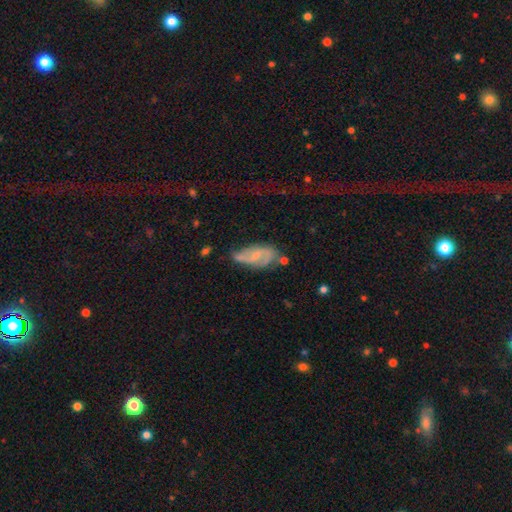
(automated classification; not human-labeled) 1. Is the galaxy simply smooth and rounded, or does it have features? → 66% featured or disk, 25% smooth, 9% star or artifact.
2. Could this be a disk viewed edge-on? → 93% no, 7% yes.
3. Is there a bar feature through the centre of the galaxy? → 43% weak, 42% no, 14% strong.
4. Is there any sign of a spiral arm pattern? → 86% yes, 14% no.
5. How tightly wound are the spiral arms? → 42% medium, 37% loose, 21% tight.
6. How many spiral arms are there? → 75% 2, 14% can't tell, 6% 1, 3% 3, 1% 4, 1% more than 4.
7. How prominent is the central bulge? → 58% small, 20% none, 19% moderate, 1% large, 1% dominant.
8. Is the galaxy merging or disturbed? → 48% none, 29% minor disturbance, 15% major disturbance, 8% merger.